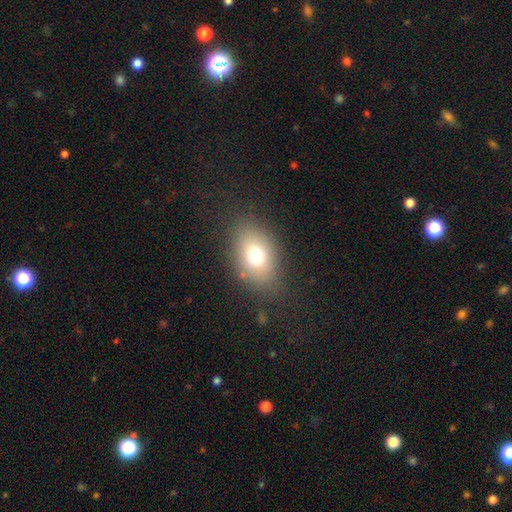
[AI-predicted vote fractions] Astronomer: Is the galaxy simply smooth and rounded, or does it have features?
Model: smooth — 71%.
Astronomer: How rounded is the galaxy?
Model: in between — 73%.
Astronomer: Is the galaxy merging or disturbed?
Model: none — 79%.